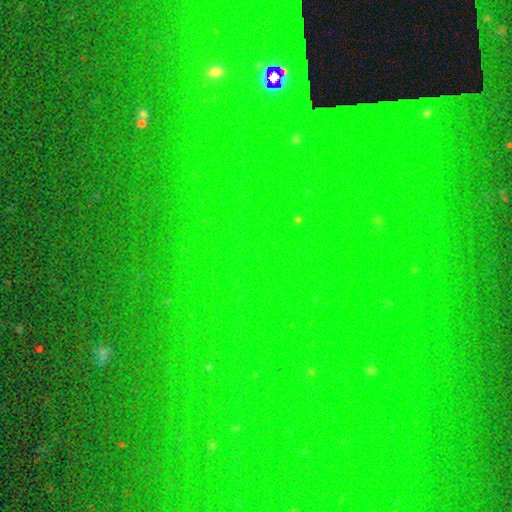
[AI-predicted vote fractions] Smooth or featured?
  - star or artifact: 81% *
  - smooth: 11%
  - featured or disk: 8%